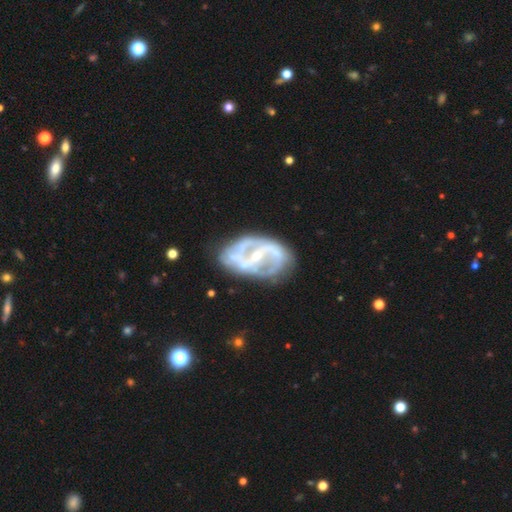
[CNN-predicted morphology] A featured or disk galaxy (85%) with a strong bar (42%), 2 (69%) medium (43%) spiral arms (82%) and a small central bulge (68%). Merging: none (63%).